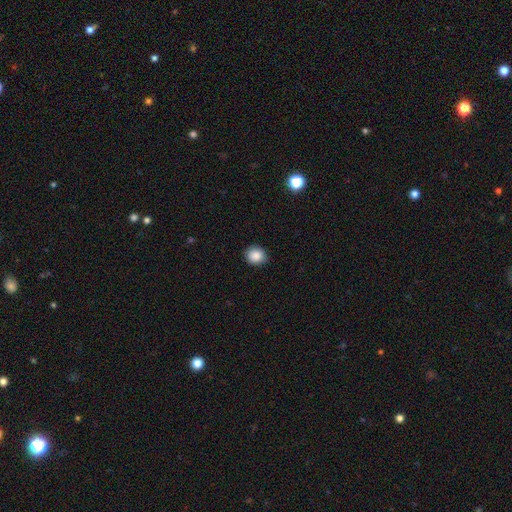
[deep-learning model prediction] Q: Smooth or featured?
A: smooth (87%); runner-up: star or artifact (9%)
Q: How rounded?
A: round (81%); runner-up: in between (18%)
Q: Merging?
A: none (88%); runner-up: minor disturbance (10%)